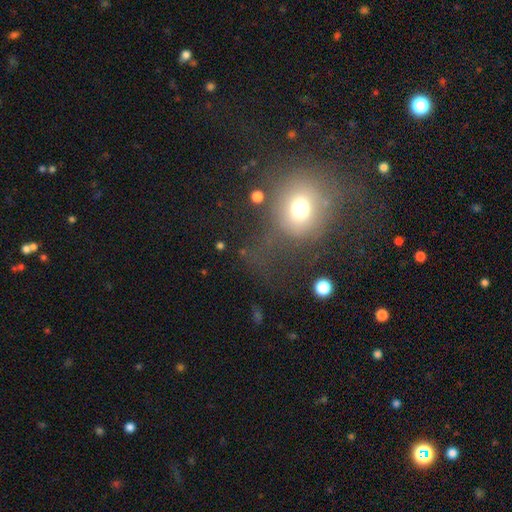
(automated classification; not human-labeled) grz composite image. It shows a smooth galaxy with no disk features (56%) that is round (77%). Merging: none (52%).